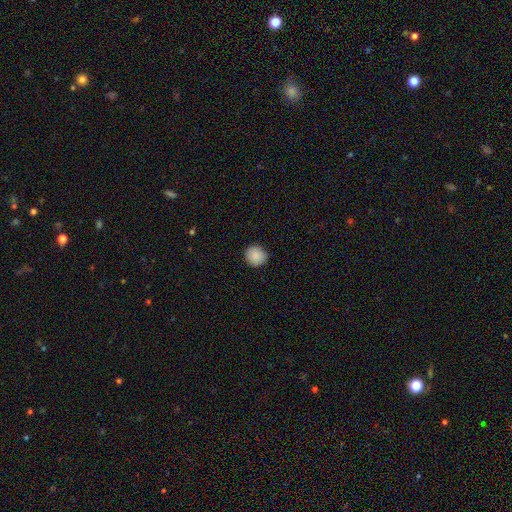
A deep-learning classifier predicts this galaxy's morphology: Smooth or featured? Predicted: smooth (p=0.89). How rounded? Predicted: round (p=0.91). Merging? Predicted: none (p=0.88).